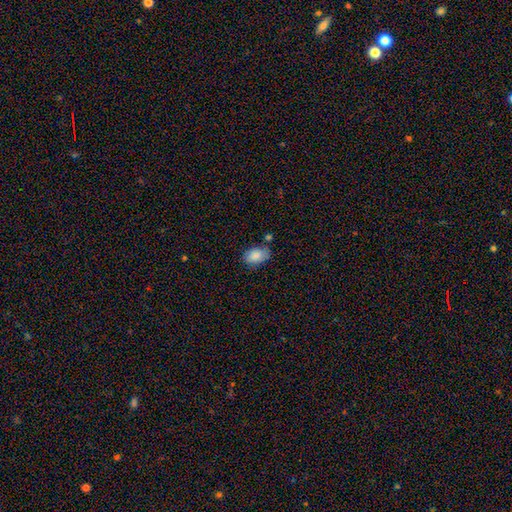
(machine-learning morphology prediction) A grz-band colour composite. It shows a smooth galaxy with no disk features (86%) that is in between round and cigar-shaped (88%). Merging: none (66%).